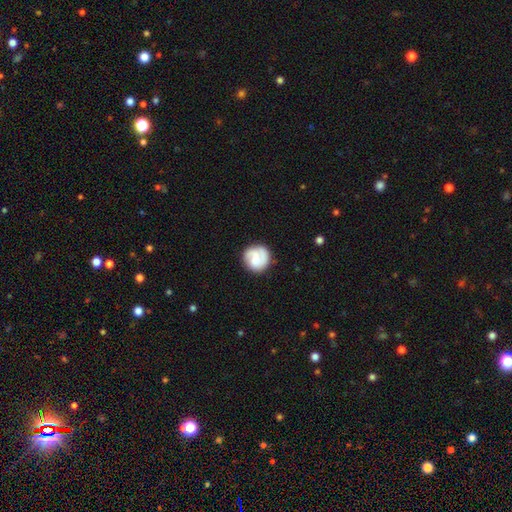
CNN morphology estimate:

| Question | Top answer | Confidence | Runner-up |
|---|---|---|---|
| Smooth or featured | smooth | 52% | featured or disk (42%) |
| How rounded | round | 87% | in between (12%) |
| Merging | none | 69% | minor disturbance (19%) |